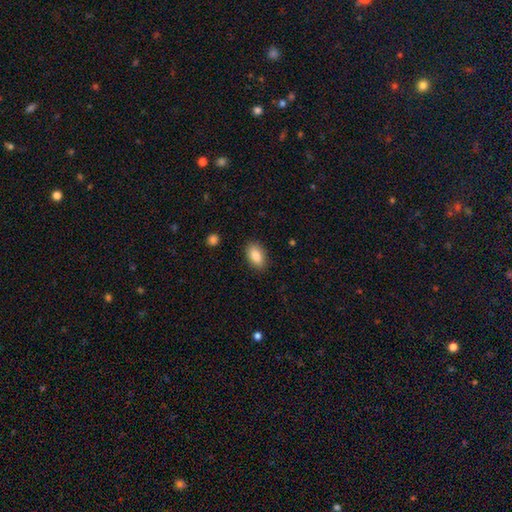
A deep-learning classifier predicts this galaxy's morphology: This appears to be a smooth galaxy with no disk features (86%) that is in between round and cigar-shaped (91%). Merging: none (88%).